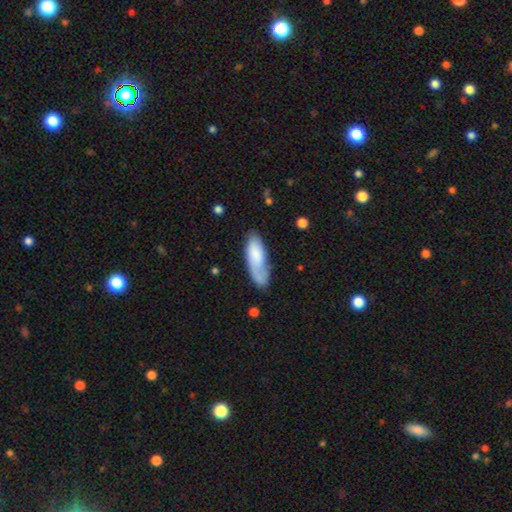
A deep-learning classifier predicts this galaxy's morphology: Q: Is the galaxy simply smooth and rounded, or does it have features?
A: smooth — 70%.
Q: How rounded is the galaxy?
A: in between — 70%.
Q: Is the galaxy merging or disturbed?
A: none — 53%.